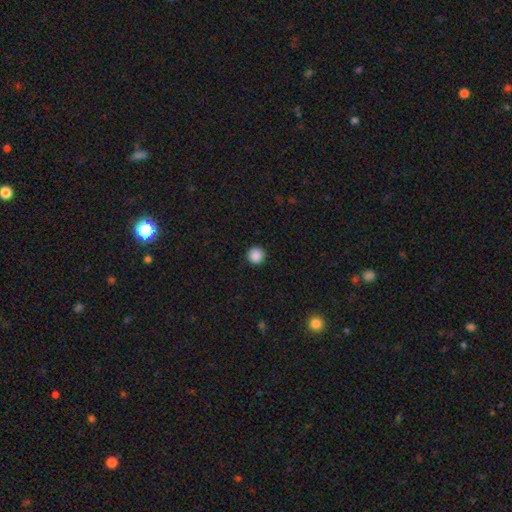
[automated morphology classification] Smooth or featured? smooth (88%)
How rounded? round (95%)
Merging? none (92%)